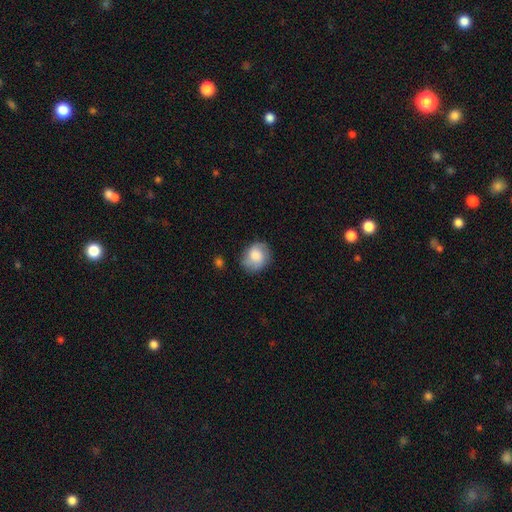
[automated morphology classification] The model was most divided on "how rounded": round: 64%, in between: 35%, cigar-shaped: 1%. More confident: merging — none (73%); smooth or featured — smooth (69%).